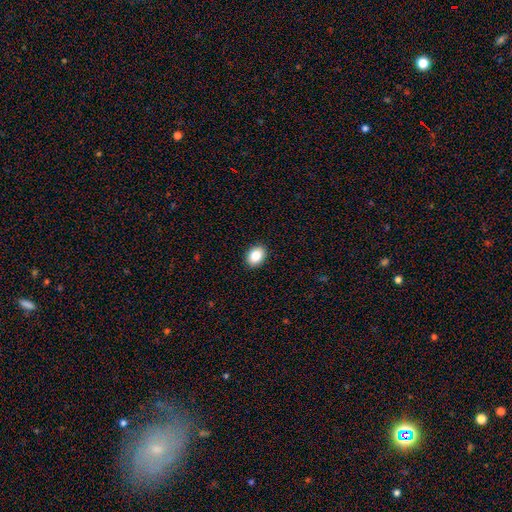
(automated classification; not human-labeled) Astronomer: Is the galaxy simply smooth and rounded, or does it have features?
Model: smooth — 86%.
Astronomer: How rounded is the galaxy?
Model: in between — 67%.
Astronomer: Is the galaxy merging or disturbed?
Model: none — 91%.